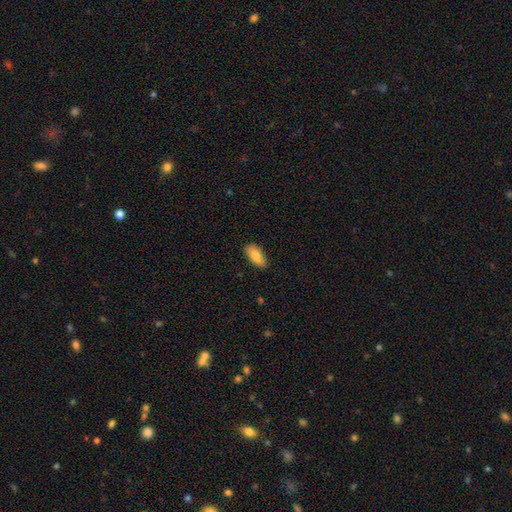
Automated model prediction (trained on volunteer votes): A smooth galaxy with no disk features (83%) that is in between round and cigar-shaped (87%). Merging: none (84%).